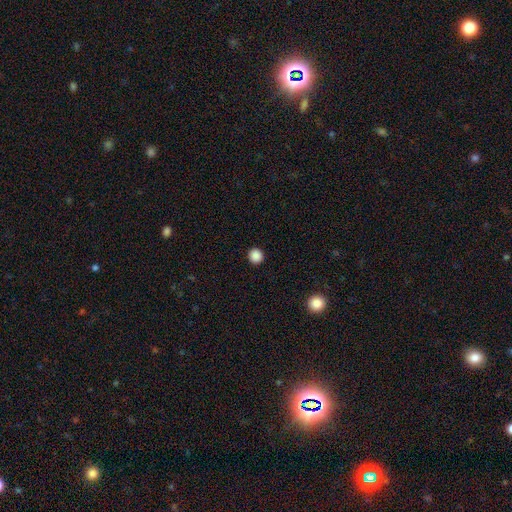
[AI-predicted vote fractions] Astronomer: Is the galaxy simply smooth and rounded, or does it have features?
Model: smooth — 88%.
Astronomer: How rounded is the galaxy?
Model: round — 93%.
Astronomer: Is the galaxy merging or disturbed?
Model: none — 93%.